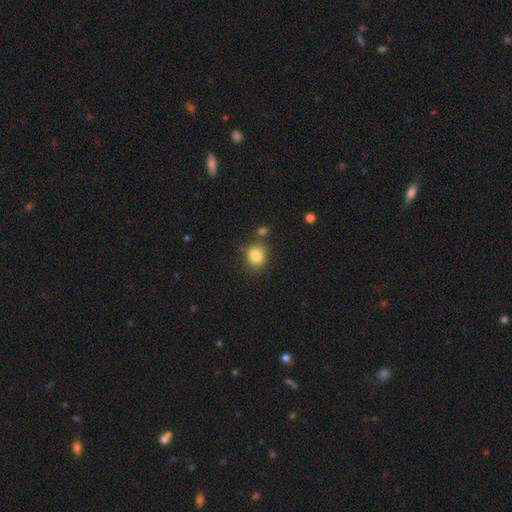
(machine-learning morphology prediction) A smooth galaxy with no disk features (83%) that is round (77%).

Vote fractions:
- Smooth or featured? smooth: 83% / star or artifact: 10% / featured or disk: 6%
- How rounded? round: 77% / in between: 22% / cigar-shaped: 1%
- Merging? none: 75% / minor disturbance: 12% / merger: 9% / major disturbance: 3%